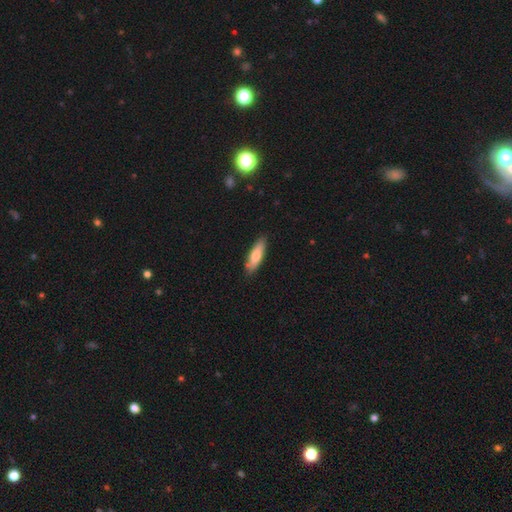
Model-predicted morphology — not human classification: Overall: smooth (71%). How rounded: cigar-shaped (59%; in between 39%). Merging: none (85%).